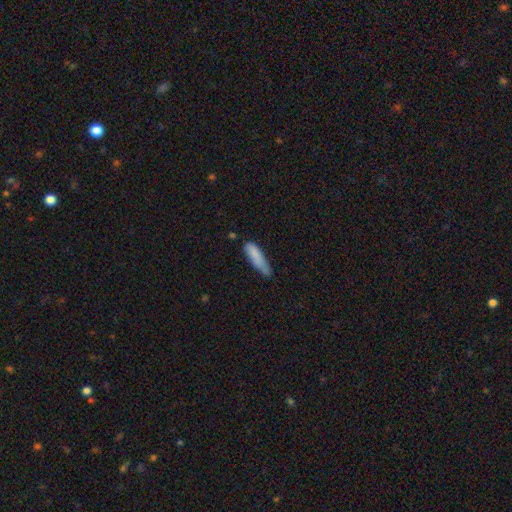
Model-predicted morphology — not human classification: Smooth or featured? Predicted: smooth (p=0.82). How rounded? Predicted: cigar-shaped (p=0.71). Merging? Predicted: none (p=0.49).